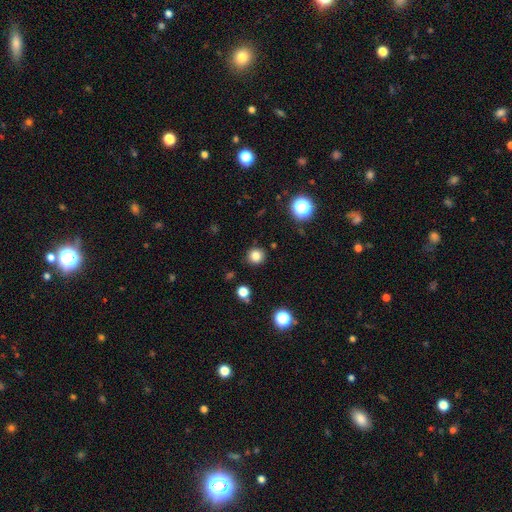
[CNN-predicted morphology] This is clearly a smooth galaxy (83%). How rounded: clearly round (91%). Merging: clearly none (90%).